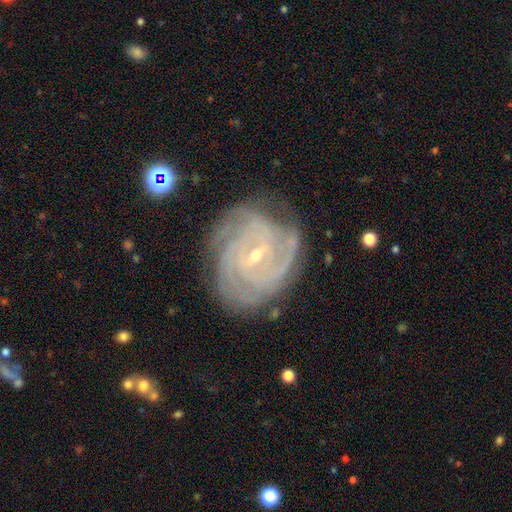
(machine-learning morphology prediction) Q: Smooth or featured?
A: featured or disk (90%); runner-up: star or artifact (5%)
Q: Edge-on disk?
A: no (97%); runner-up: yes (3%)
Q: Bar?
A: weak (54%); runner-up: no (23%)
Q: Spiral arms?
A: yes (98%); runner-up: no (2%)
Q: Spiral winding?
A: tight (76%); runner-up: medium (21%)
Q: Spiral arm count?
A: 4 (32%); runner-up: 3 (21%)
Q: Bulge size?
A: small (74%); runner-up: moderate (23%)
Q: Merging?
A: none (73%); runner-up: minor disturbance (19%)